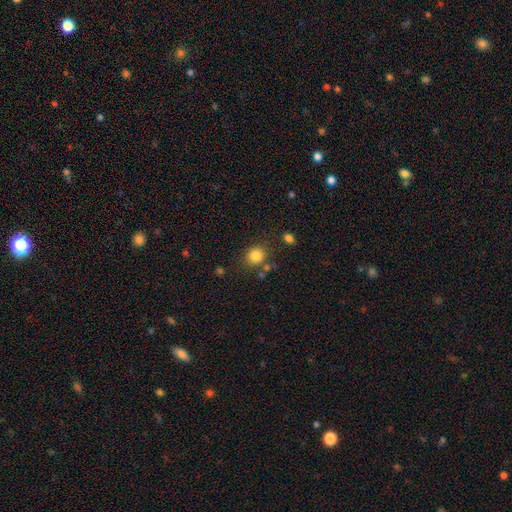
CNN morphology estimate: This appears to be a smooth galaxy with no disk features (83%) that is round (75%). Merging: none (76%).